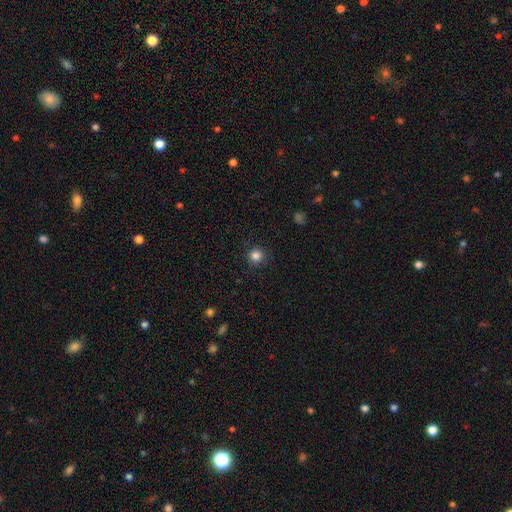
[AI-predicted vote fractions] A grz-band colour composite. It shows a smooth galaxy with no disk features (85%) that is round (94%). Merging: none (89%).